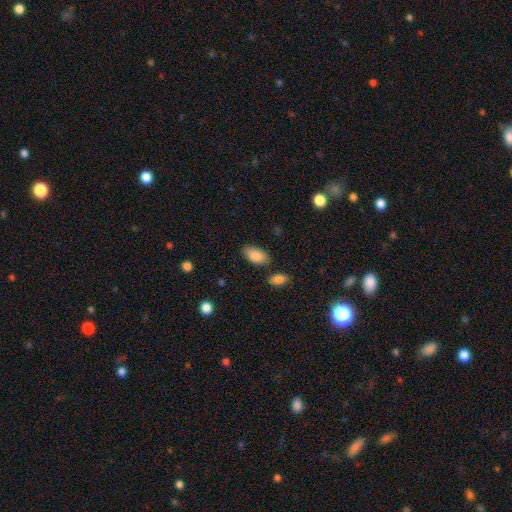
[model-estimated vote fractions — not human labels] smooth_or_featured: smooth (p=0.88) [alt: star or artifact p=0.07]
how_rounded: in between (p=0.94) [alt: round p=0.03]
merging: none (p=0.77) [alt: minor disturbance p=0.14]